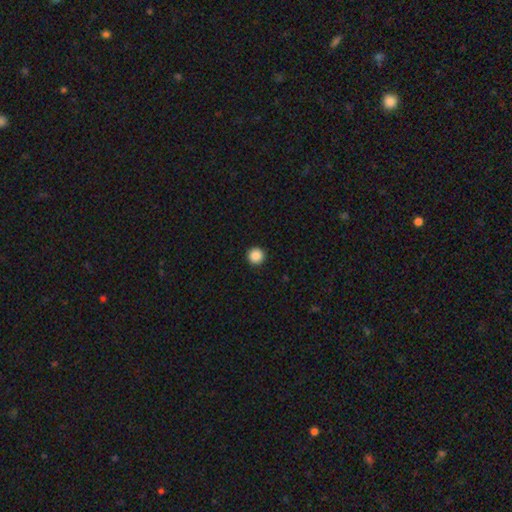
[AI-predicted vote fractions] Smooth or featured? Predicted: smooth (p=0.88). How rounded? Predicted: round (p=0.96). Merging? Predicted: none (p=0.93).